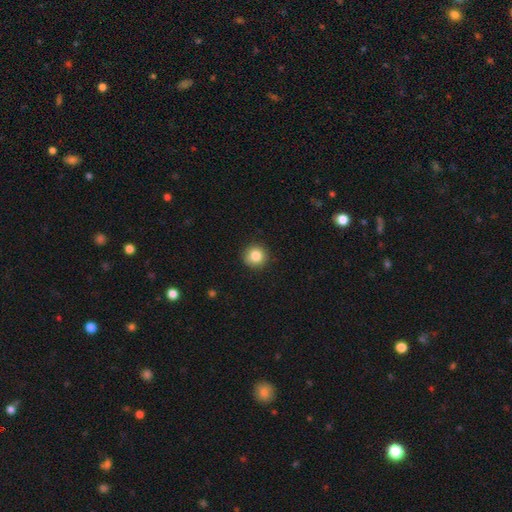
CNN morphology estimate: type=smooth (84%); roundness=round (94%); merging=none (91%).